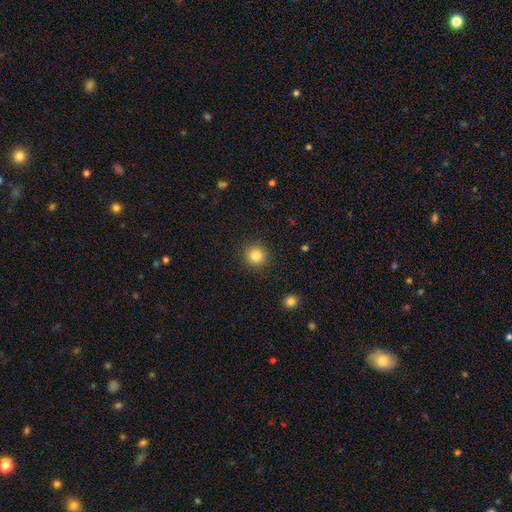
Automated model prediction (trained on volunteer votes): smooth-or-featured: smooth: 84% | star or artifact: 11% | featured or disk: 5%
  how-rounded: round: 94% | in between: 5% | cigar-shaped: 1%
  merging: none: 91% | minor disturbance: 6% | major disturbance: 2% | merger: 1%